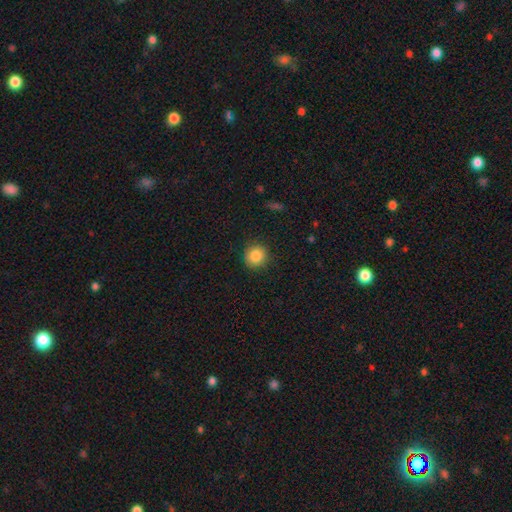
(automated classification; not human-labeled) A smooth galaxy with no disk features (85%) that is round (91%).

Vote fractions:
- Smooth or featured? smooth: 85% / star or artifact: 9% / featured or disk: 5%
- How rounded? round: 91% / in between: 8% / cigar-shaped: 1%
- Merging? none: 89% / minor disturbance: 8% / major disturbance: 2% / merger: 1%